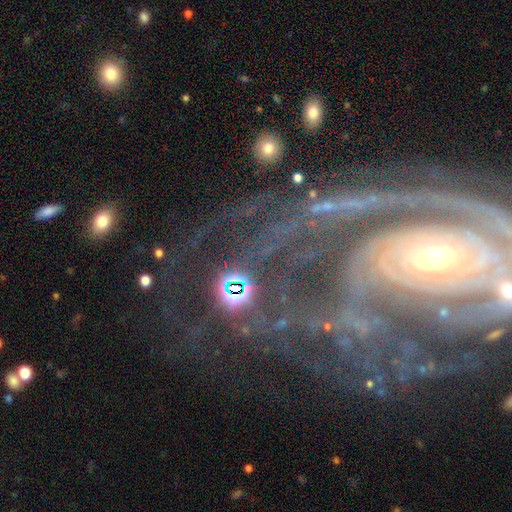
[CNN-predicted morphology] Smooth or featured? Predicted: featured or disk (p=0.68). Edge-on disk? Predicted: no (p=0.93). Bar? Predicted: no (p=0.45). Spiral arms? Predicted: yes (p=0.92). Spiral winding? Predicted: tight (p=0.66). Spiral arm count? Predicted: can't tell (p=0.27). Bulge size? Predicted: small (p=0.49). Merging? Predicted: none (p=0.65).